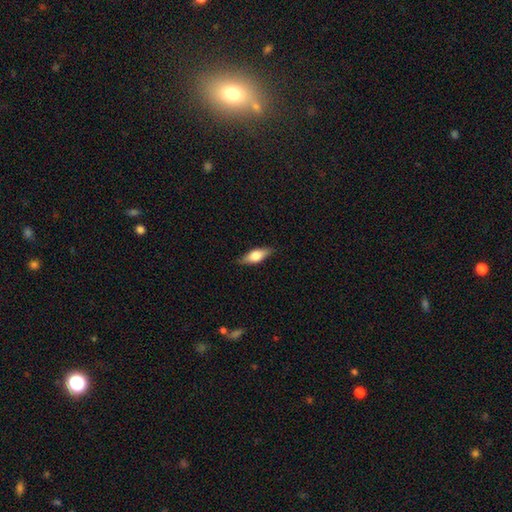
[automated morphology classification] Smooth or featured?
  - smooth: 56% *
  - featured or disk: 37%
  - star or artifact: 6%
How rounded?
  - in between: 65% *
  - cigar-shaped: 31%
  - round: 4%
Merging?
  - none: 85% *
  - minor disturbance: 12%
  - major disturbance: 2%
  - merger: 1%